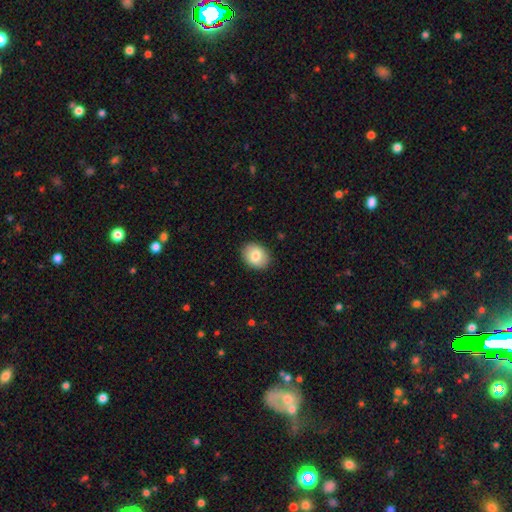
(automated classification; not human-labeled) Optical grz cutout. It shows a smooth galaxy with no disk features (80%) that is in between round and cigar-shaped (55%). Merging: none (88%).